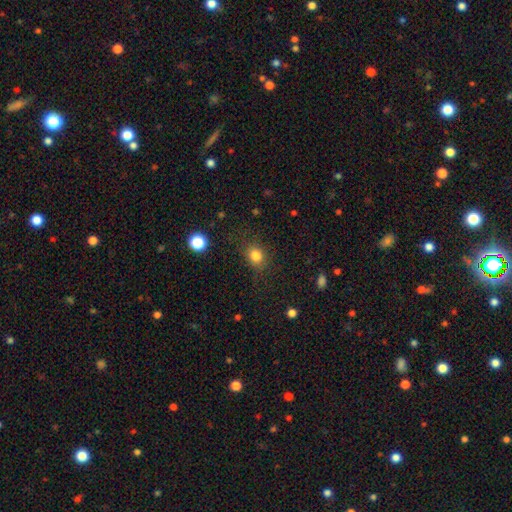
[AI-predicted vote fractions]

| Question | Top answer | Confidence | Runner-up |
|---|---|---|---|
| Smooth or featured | smooth | 82% | star or artifact (13%) |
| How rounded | round | 65% | in between (34%) |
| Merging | none | 82% | minor disturbance (12%) |